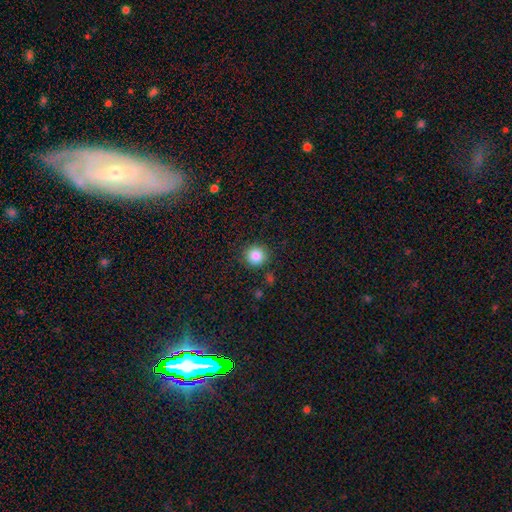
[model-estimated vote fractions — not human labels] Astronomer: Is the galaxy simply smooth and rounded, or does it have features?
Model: smooth — 85%.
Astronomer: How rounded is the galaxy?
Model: round — 93%.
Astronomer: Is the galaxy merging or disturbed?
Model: none — 89%.